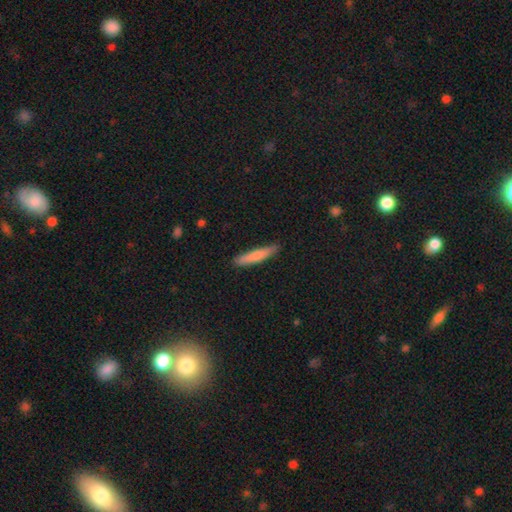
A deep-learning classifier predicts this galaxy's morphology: type=smooth (76%); roundness=cigar-shaped (91%); merging=none (87%).